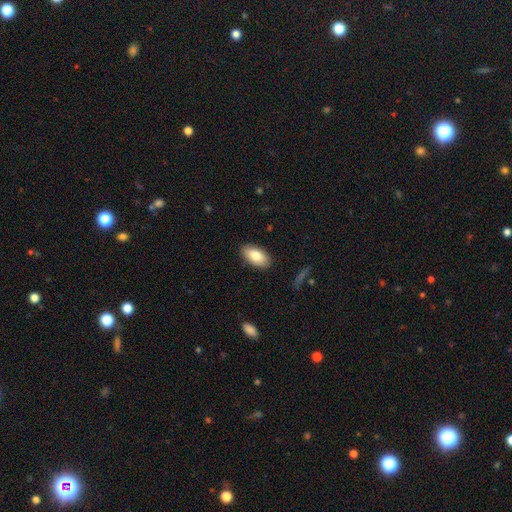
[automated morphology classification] A smooth galaxy with no disk features (81%) that is in between round and cigar-shaped (94%).

Vote fractions:
- Smooth or featured? smooth: 81% / featured or disk: 12% / star or artifact: 6%
- How rounded? in between: 94% / round: 3% / cigar-shaped: 3%
- Merging? none: 87% / minor disturbance: 9% / major disturbance: 2% / merger: 1%